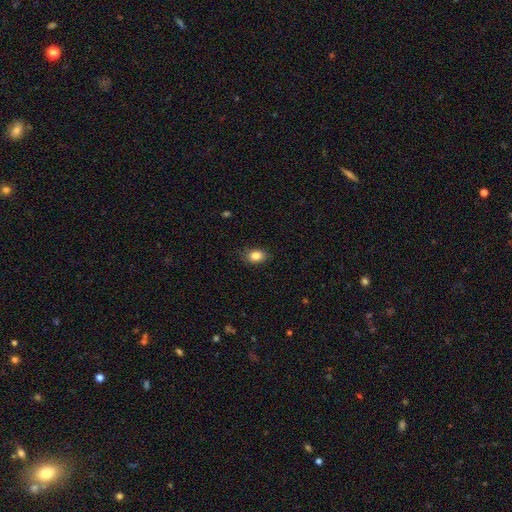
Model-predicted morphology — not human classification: This is clearly a smooth galaxy (85%). How rounded: likely in between (76%). Merging: clearly none (83%).